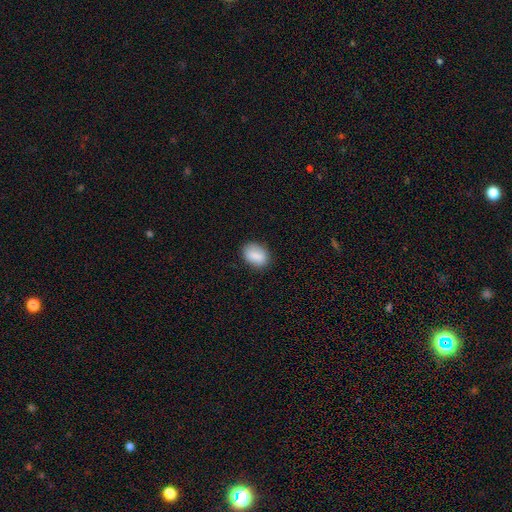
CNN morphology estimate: Smooth or featured? smooth (85%)
How rounded? in between (79%)
Merging? none (82%)